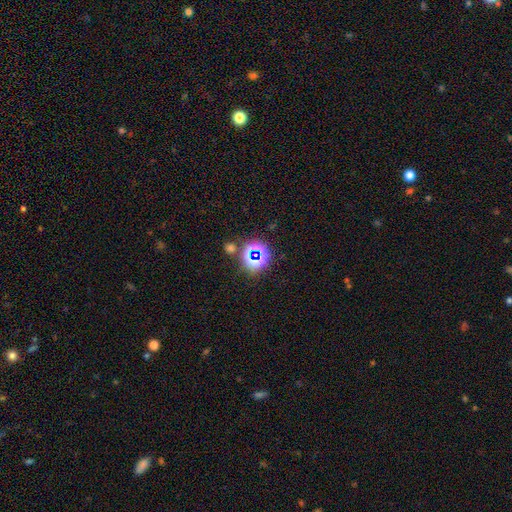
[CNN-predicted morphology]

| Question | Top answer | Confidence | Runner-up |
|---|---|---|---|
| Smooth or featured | star or artifact | 65% | smooth (26%) |